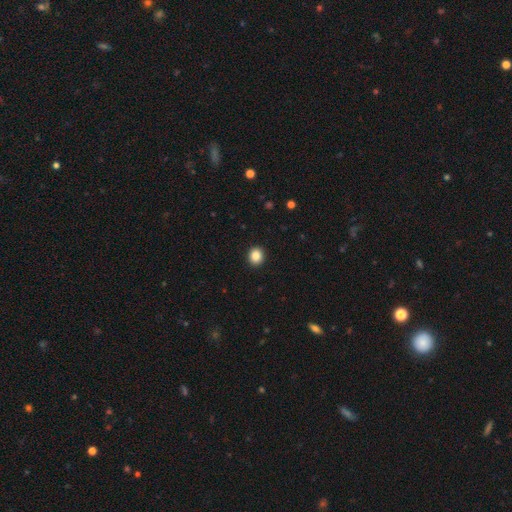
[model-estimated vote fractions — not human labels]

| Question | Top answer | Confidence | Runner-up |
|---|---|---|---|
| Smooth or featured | smooth | 86% | star or artifact (10%) |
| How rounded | round | 76% | in between (23%) |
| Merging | none | 92% | minor disturbance (5%) |